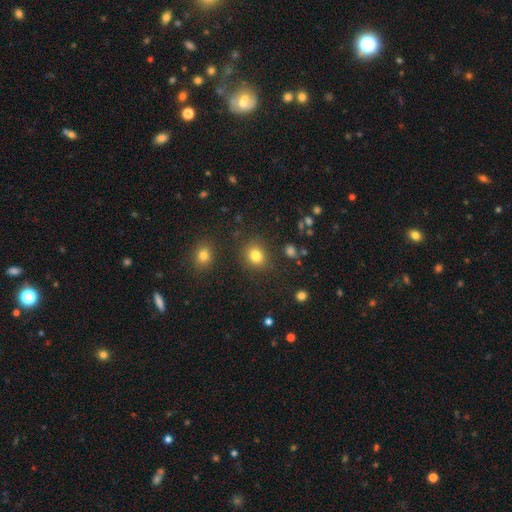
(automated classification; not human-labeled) A smooth galaxy with no disk features (82%) that is round (71%).

Vote fractions:
- Smooth or featured? smooth: 82% / star or artifact: 13% / featured or disk: 6%
- How rounded? round: 71% / in between: 28% / cigar-shaped: 1%
- Merging? none: 84% / minor disturbance: 9% / major disturbance: 3% / merger: 3%